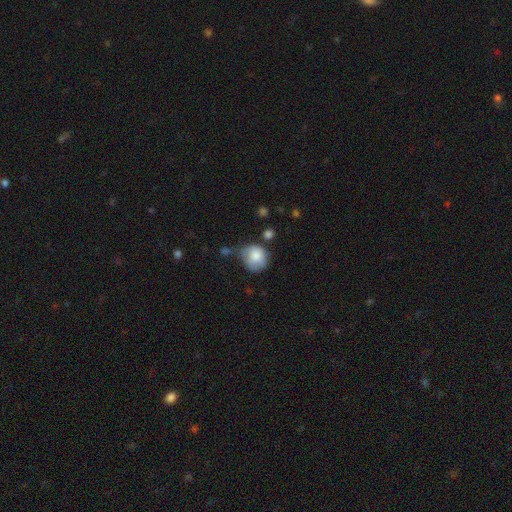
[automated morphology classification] This appears to be a smooth galaxy with no disk features (77%) that is round (76%). Merging: none (40%).